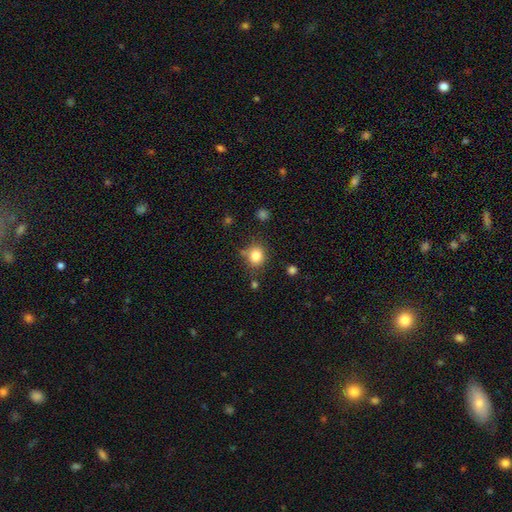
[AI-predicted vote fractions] Morphology: type=smooth (82%); roundness=round (78%); merging=none (78%).